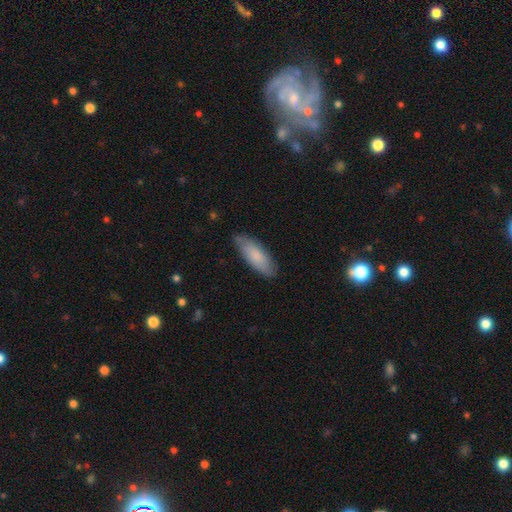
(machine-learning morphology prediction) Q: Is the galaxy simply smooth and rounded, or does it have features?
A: smooth — 76%.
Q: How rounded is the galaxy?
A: in between — 65%.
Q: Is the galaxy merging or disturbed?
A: none — 78%.